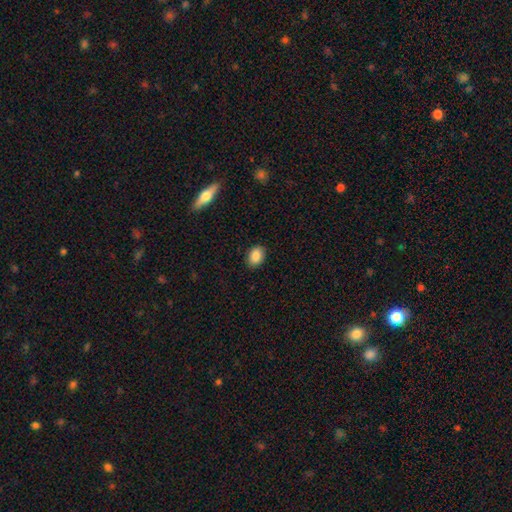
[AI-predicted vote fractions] This appears to be a smooth galaxy with no disk features (87%) that is in between round and cigar-shaped (68%). Merging: none (89%).